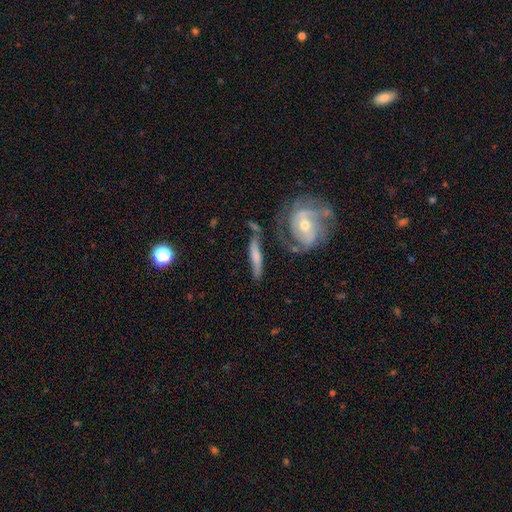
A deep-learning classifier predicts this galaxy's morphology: featured or disk 52%, smooth 41%, star or artifact 7%. Down the decision tree: edge-on disk — yes (51%); merging — none (52%).